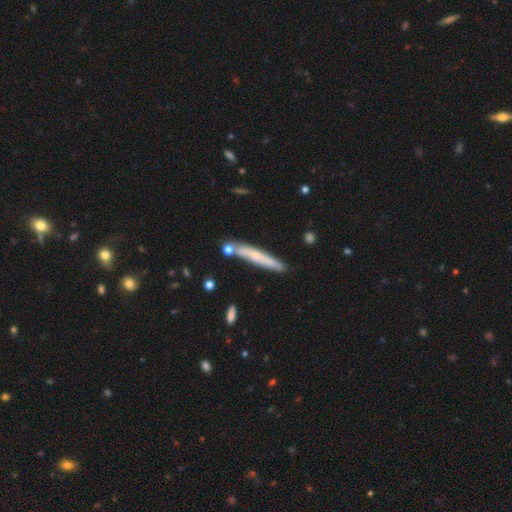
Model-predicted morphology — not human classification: A smooth galaxy with no disk features (53%) that is cigar-shaped (94%).

Vote fractions:
- Smooth or featured? smooth: 53% / featured or disk: 40% / star or artifact: 7%
- How rounded? cigar-shaped: 94% / in between: 4% / round: 1%
- Merging? none: 76% / minor disturbance: 14% / merger: 8% / major disturbance: 3%